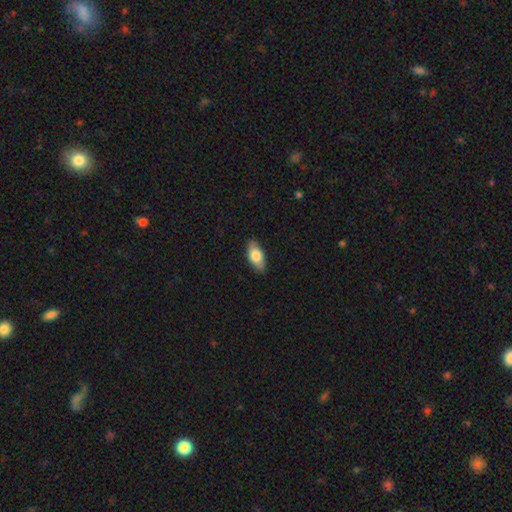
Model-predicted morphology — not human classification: Smooth or featured: smooth — 76% (featured or disk — 18%)
How rounded: in between — 88% (cigar-shaped — 9%)
Merging: none — 87% (minor disturbance — 10%)